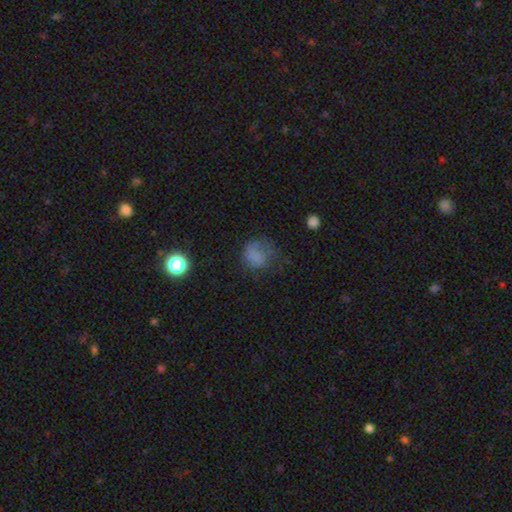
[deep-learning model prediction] Smooth or featured? Predicted: smooth (p=0.69). How rounded? Predicted: round (p=0.72). Merging? Predicted: none (p=0.45).